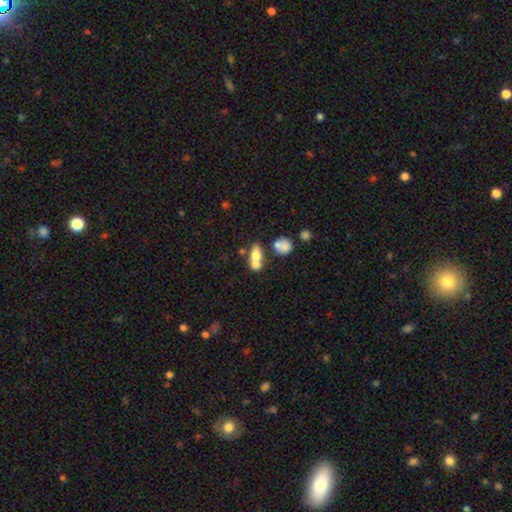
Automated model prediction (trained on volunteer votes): This is likely a smooth galaxy (65%). How rounded: likely in between (68%). Merging: possibly merger (52%).